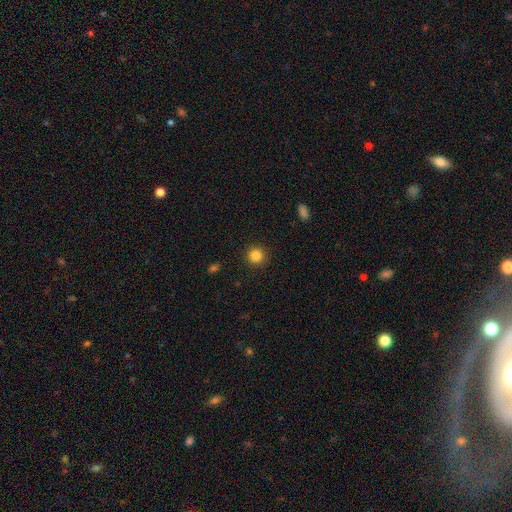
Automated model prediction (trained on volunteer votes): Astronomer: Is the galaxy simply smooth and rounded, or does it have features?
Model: smooth — 85%.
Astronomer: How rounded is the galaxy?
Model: round — 95%.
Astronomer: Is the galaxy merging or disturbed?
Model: none — 92%.